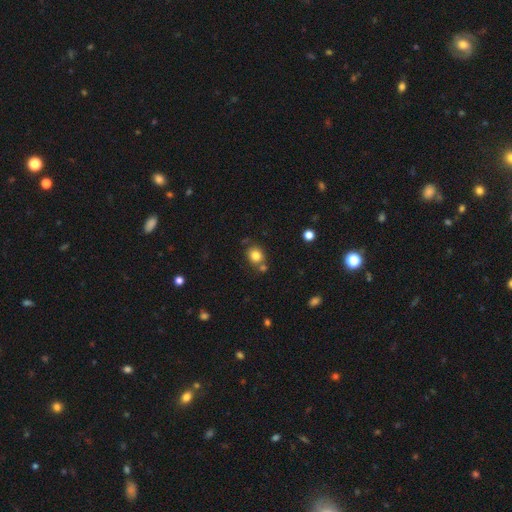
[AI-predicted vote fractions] Smooth or featured?
  - smooth: 82% *
  - star or artifact: 11%
  - featured or disk: 7%
How rounded?
  - round: 75% *
  - in between: 24%
  - cigar-shaped: 1%
Merging?
  - none: 69% *
  - merger: 16%
  - minor disturbance: 12%
  - major disturbance: 4%